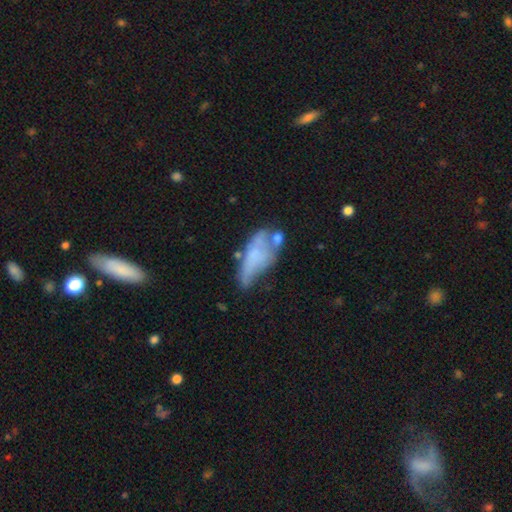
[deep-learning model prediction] The model was most divided on "merging": minor disturbance: 29%, none: 28%, major disturbance: 25%, merger: 18%. Remaining: smooth or featured — smooth (49%).